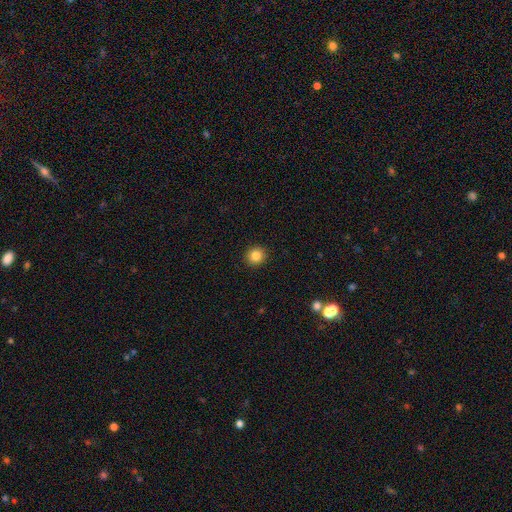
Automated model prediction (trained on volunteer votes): A smooth galaxy with no disk features (84%) that is round (92%).

Vote fractions:
- Smooth or featured? smooth: 84% / star or artifact: 11% / featured or disk: 5%
- How rounded? round: 92% / in between: 7% / cigar-shaped: 1%
- Merging? none: 93% / minor disturbance: 5% / major disturbance: 2% / merger: 1%